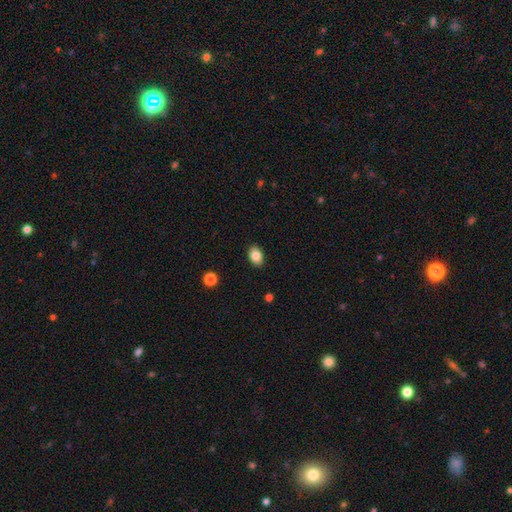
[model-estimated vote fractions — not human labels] Morphology: type=smooth (84%); roundness=in between (82%); merging=none (89%).